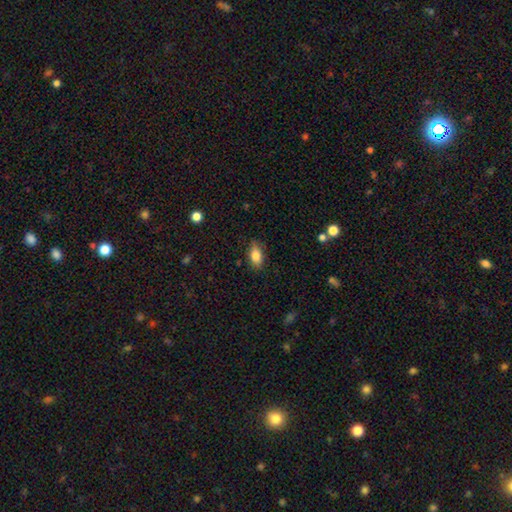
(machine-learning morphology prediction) type=smooth (82%); roundness=in between (87%); merging=none (82%).